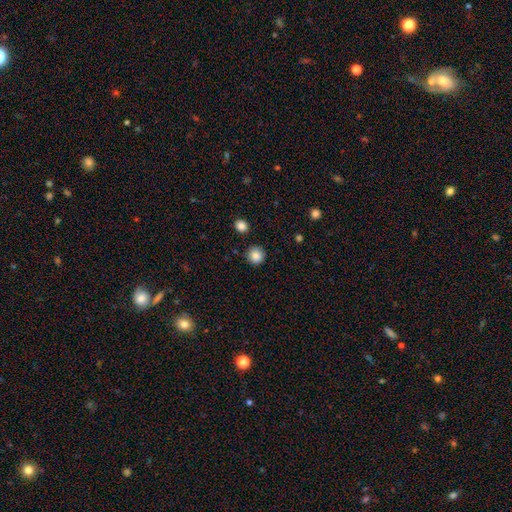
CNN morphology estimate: This is clearly a smooth galaxy (87%). How rounded: clearly round (93%). Merging: clearly none (89%).